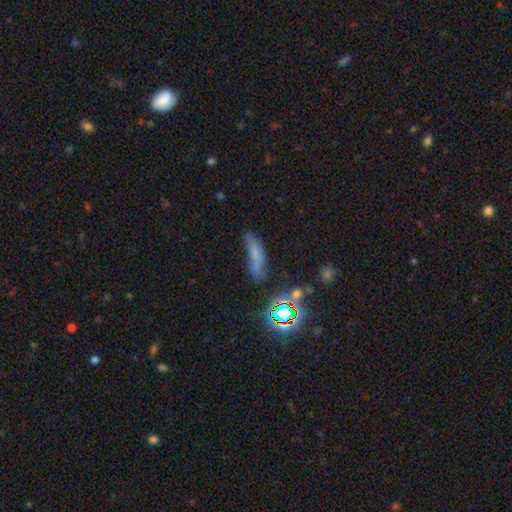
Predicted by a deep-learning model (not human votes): Smooth or featured? smooth (58%)
How rounded? cigar-shaped (67%)
Merging? none (46%)